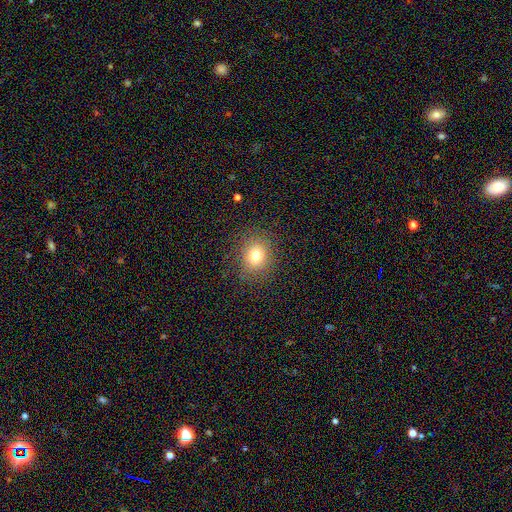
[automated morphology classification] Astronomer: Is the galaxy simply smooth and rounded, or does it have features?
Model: smooth — 75%.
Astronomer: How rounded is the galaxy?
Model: round — 75%.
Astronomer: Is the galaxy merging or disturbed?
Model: none — 86%.